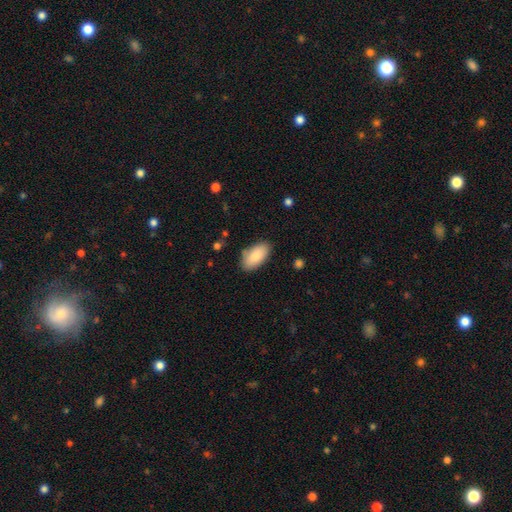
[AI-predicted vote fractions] Smooth or featured? smooth (87%)
How rounded? in between (94%)
Merging? none (83%)